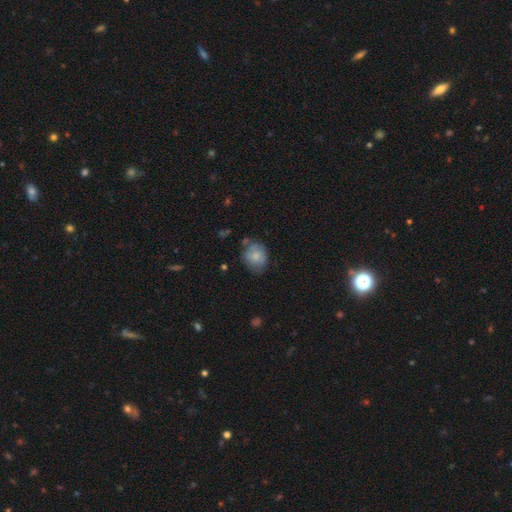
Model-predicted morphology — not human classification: Overall: smooth (76%). How rounded: round (59%; in between 41%). Merging: none (57%; minor disturbance 28%).